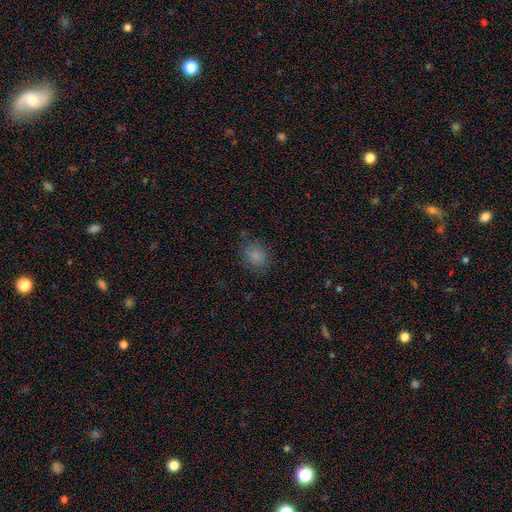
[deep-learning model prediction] Smooth or featured? Predicted: smooth (p=0.82). How rounded? Predicted: round (p=0.51). Merging? Predicted: none (p=0.78).